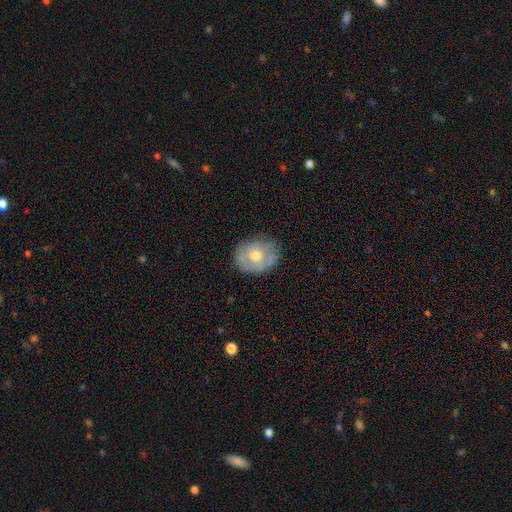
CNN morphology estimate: Overall: featured or disk (49%; smooth 43%). Merging: none (72%).